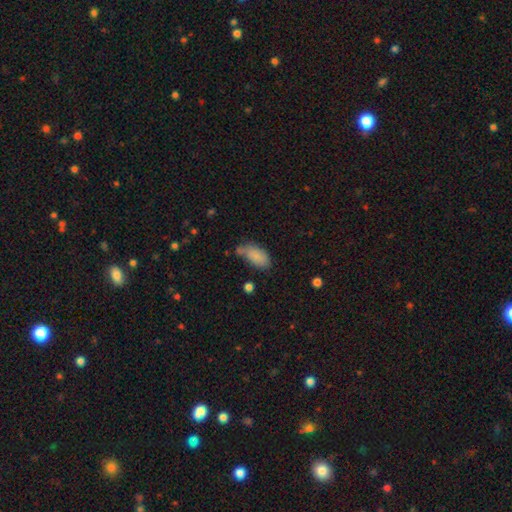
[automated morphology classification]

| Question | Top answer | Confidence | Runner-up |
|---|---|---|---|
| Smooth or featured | smooth | 84% | featured or disk (8%) |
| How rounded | in between | 93% | cigar-shaped (4%) |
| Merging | none | 54% | minor disturbance (28%) |